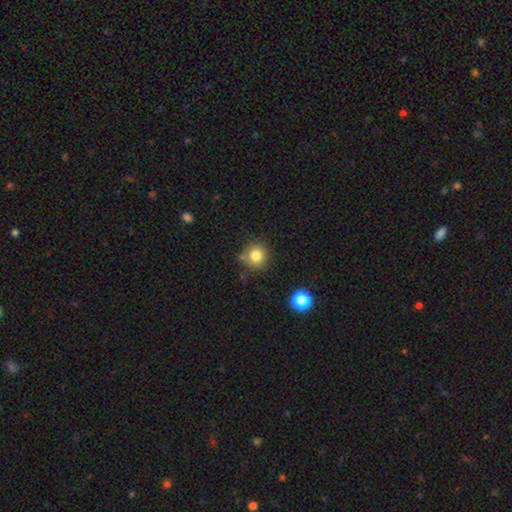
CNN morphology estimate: Q: Smooth or featured?
A: smooth (81%); runner-up: star or artifact (12%)
Q: How rounded?
A: round (92%); runner-up: in between (7%)
Q: Merging?
A: none (78%); runner-up: minor disturbance (12%)